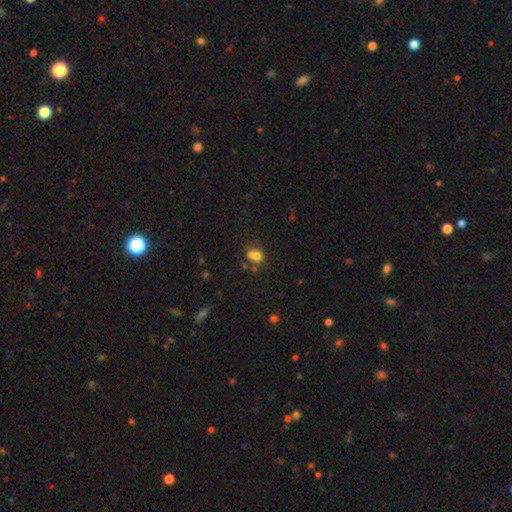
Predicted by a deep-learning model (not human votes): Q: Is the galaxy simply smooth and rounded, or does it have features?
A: smooth — 69%.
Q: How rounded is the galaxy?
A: round — 70%.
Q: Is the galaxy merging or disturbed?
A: merger — 44%.